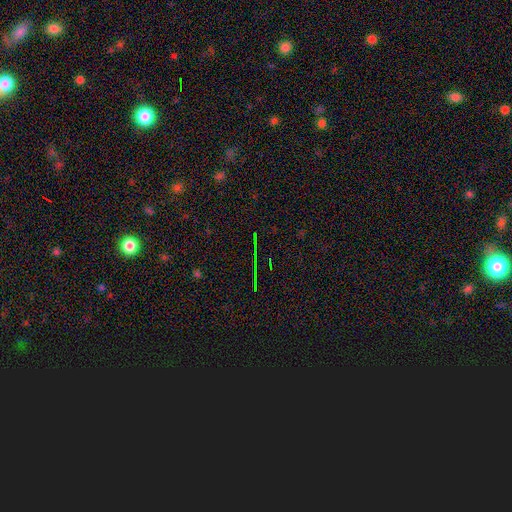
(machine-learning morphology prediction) Q: Smooth or featured?
A: star or artifact (77%); runner-up: featured or disk (12%)